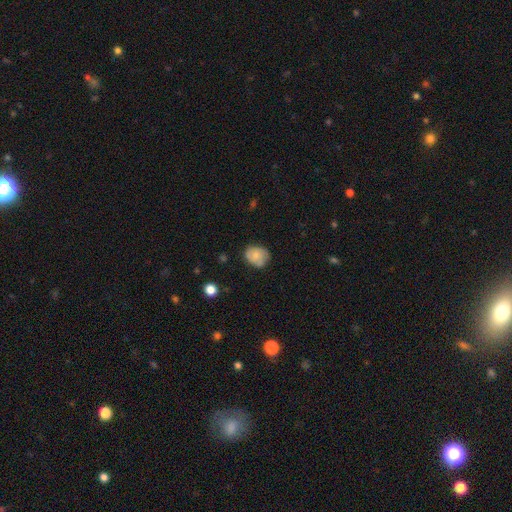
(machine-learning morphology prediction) Smooth or featured? smooth (68%)
How rounded? round (59%)
Merging? none (65%)